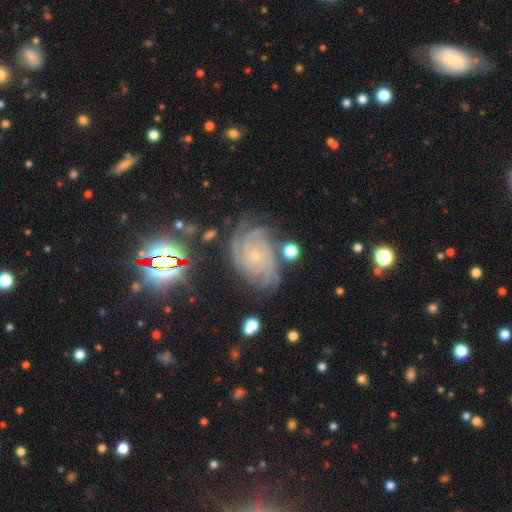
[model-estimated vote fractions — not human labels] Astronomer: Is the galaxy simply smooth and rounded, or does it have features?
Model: featured or disk — 84%.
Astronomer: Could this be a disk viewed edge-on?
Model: no — 97%.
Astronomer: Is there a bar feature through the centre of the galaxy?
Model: no — 80%.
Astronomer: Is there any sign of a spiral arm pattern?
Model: yes — 98%.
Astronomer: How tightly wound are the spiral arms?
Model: tight — 74%.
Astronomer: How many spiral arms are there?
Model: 4 — 32% (runner-up: 3, 18%).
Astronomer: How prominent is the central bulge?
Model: small — 82%.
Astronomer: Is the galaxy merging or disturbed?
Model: none — 70%.